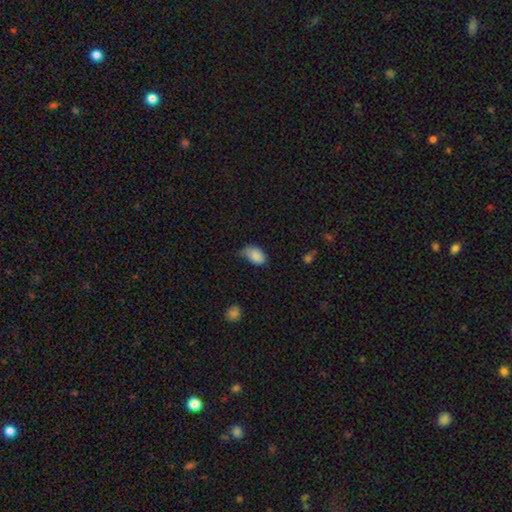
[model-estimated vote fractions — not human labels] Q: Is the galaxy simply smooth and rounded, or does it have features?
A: smooth — 86%.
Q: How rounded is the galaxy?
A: in between — 88%.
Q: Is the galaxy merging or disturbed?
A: minor disturbance — 44%.